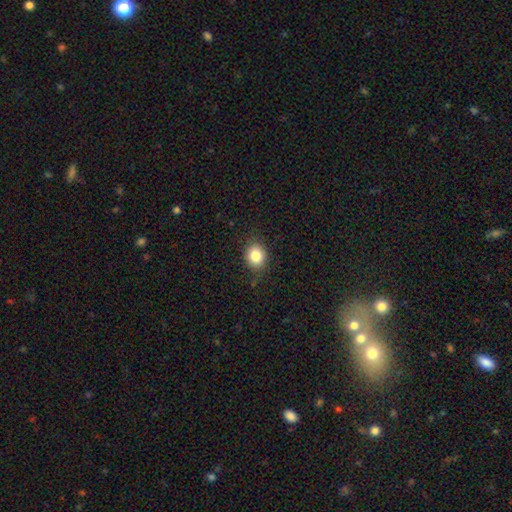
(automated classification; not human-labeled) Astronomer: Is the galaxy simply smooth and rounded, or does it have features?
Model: smooth — 83%.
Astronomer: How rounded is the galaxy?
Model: round — 70%.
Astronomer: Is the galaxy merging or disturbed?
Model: none — 85%.